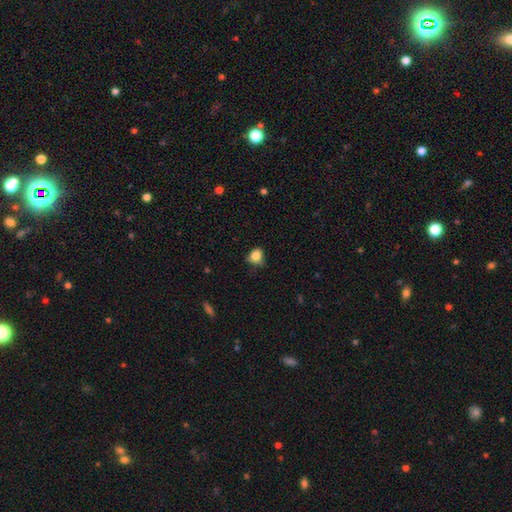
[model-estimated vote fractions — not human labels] Smooth or featured? Predicted: smooth (p=0.82). How rounded? Predicted: round (p=0.61). Merging? Predicted: none (p=0.56).